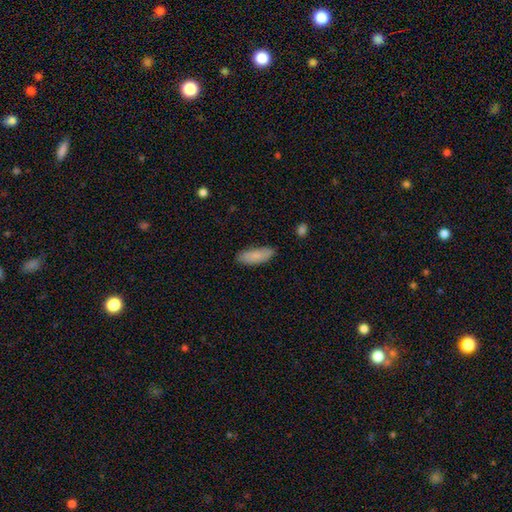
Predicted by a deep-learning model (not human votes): smooth 85%, featured or disk 9%, star or artifact 6%. Down the decision tree: how rounded — in between (66%); merging — none (83%).